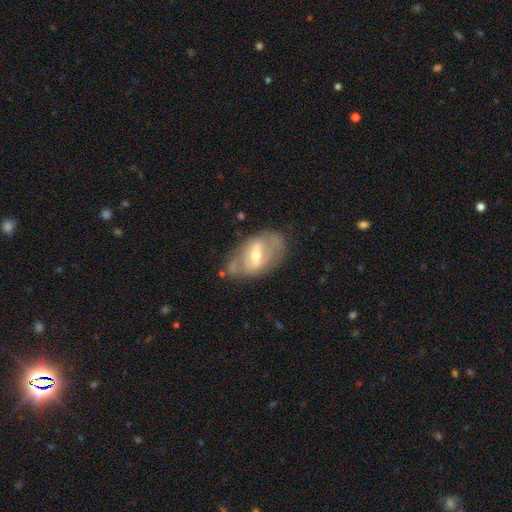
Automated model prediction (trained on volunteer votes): Smooth or featured: featured or disk — 67% (smooth — 25%)
Edge-on disk: no — 91% (yes — 9%)
Bar: weak — 43% (strong — 40%)
Spiral arms: yes — 52% (no — 48%)
Bulge size: moderate — 55% (small — 40%)
Merging: none — 56% (minor disturbance — 27%)